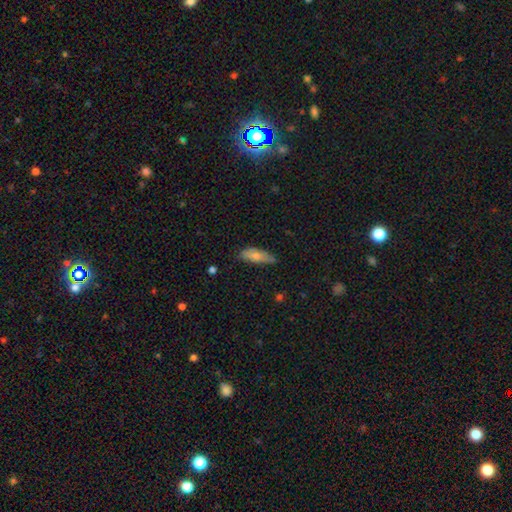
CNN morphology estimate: smooth_or_featured: smooth (p=0.74) [alt: featured or disk p=0.20]
how_rounded: in between (p=0.68) [alt: cigar-shaped p=0.29]
merging: none (p=0.57) [alt: minor disturbance p=0.34]